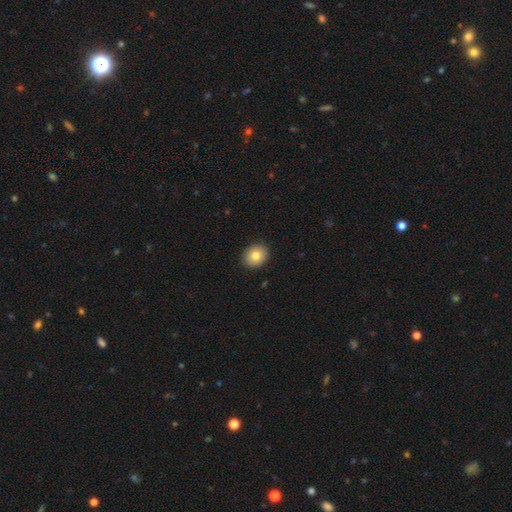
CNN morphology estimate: Smooth or featured?
  - smooth: 81% *
  - featured or disk: 10%
  - star or artifact: 9%
How rounded?
  - round: 63% *
  - in between: 36%
  - cigar-shaped: 1%
Merging?
  - none: 91% *
  - minor disturbance: 7%
  - major disturbance: 2%
  - merger: 1%